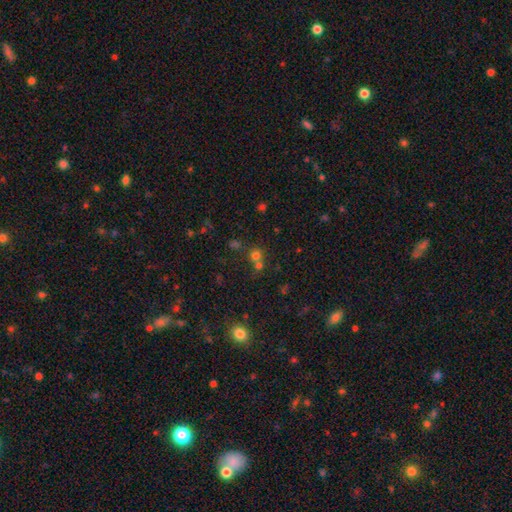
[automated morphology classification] smooth_or_featured: smooth (p=0.64) [alt: star or artifact p=0.26]
how_rounded: round (p=0.88) [alt: in between p=0.11]
merging: none (p=0.52) [alt: merger p=0.39]